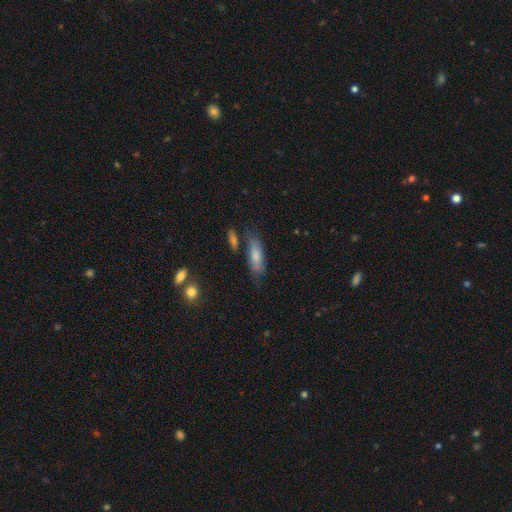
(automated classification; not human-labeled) This is likely a smooth galaxy (72%). How rounded: possibly in between (57%). Merging: likely none (60%).